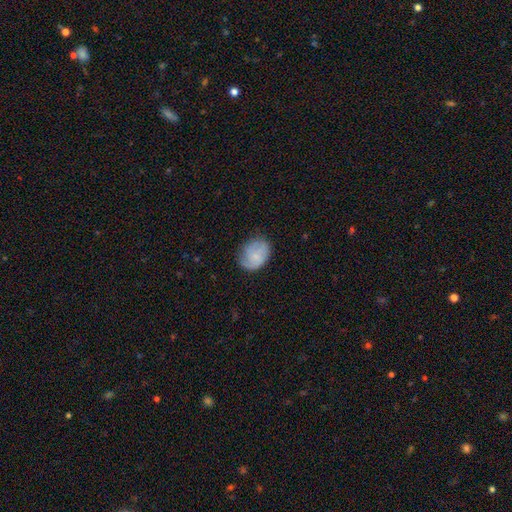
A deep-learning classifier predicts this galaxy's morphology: Smooth or featured: smooth — 59% (featured or disk — 33%)
How rounded: in between — 56% (round — 43%)
Merging: none — 61% (minor disturbance — 28%)